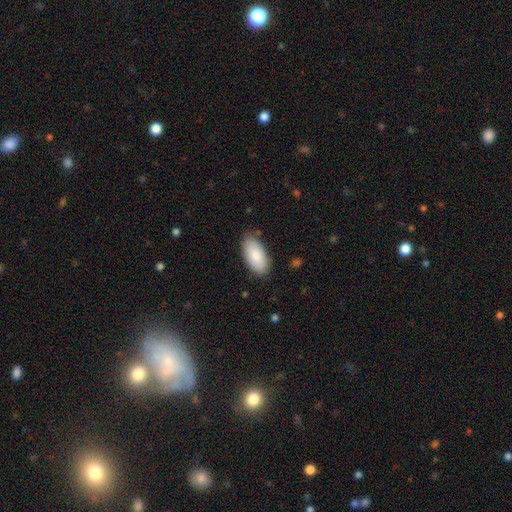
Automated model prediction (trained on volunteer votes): Overall: smooth (86%). How rounded: in between (94%). Merging: none (81%).